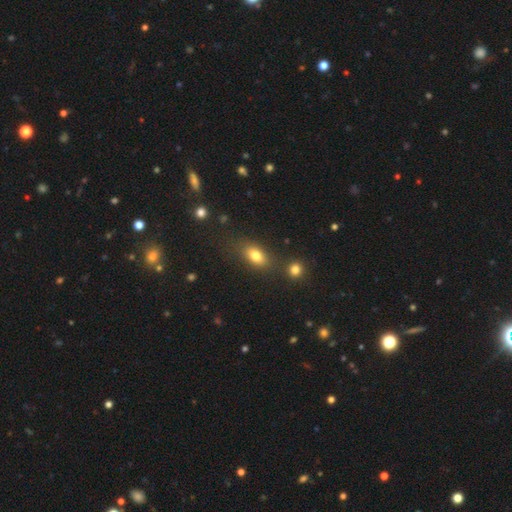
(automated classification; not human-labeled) The model was most divided on "merging": none: 74%, minor disturbance: 13%, merger: 8%, major disturbance: 5%. More confident: how rounded — in between (83%); smooth or featured — smooth (79%).